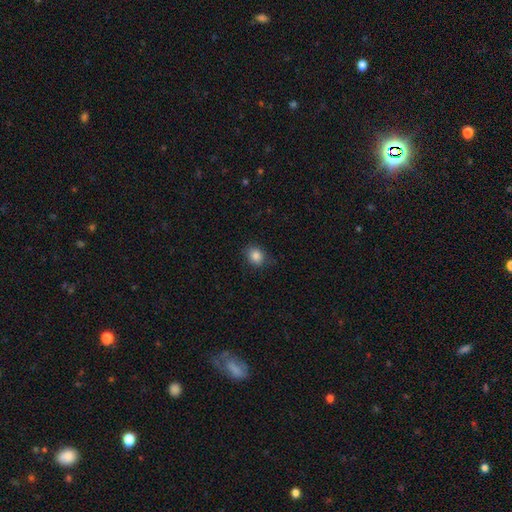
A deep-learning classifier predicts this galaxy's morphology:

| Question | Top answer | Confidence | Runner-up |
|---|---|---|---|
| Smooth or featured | smooth | 85% | star or artifact (10%) |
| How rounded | round | 59% | in between (40%) |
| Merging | none | 81% | minor disturbance (14%) |